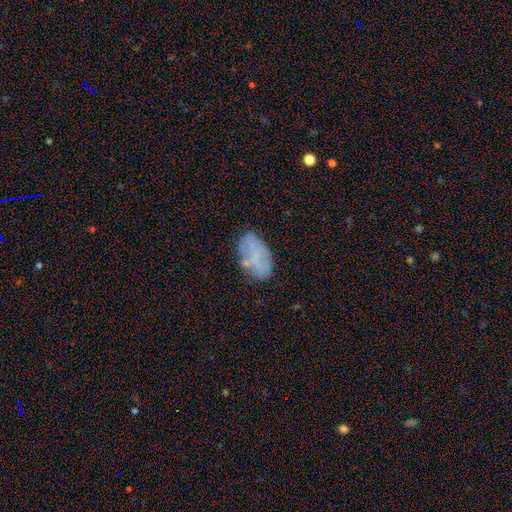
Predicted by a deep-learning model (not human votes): A smooth galaxy with no disk features (53%) that is in between round and cigar-shaped (92%).

Vote fractions:
- Smooth or featured? smooth: 53% / featured or disk: 36% / star or artifact: 10%
- How rounded? in between: 92% / round: 6% / cigar-shaped: 2%
- Merging? none: 68% / minor disturbance: 20% / major disturbance: 8% / merger: 4%